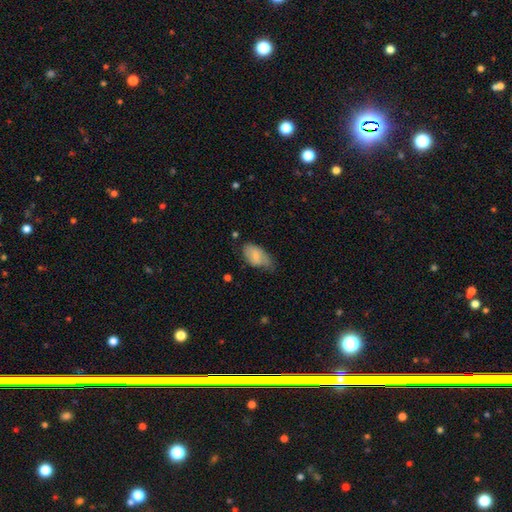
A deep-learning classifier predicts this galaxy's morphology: smooth 69%, featured or disk 24%, star or artifact 6%. Down the decision tree: how rounded — in between (93%); merging — minor disturbance (42%).